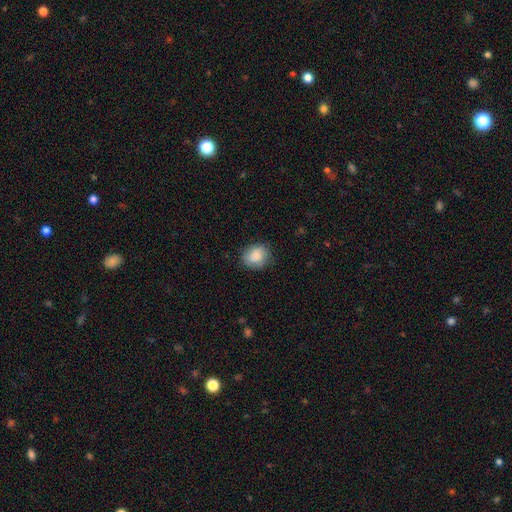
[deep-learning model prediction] smooth_or_featured: smooth (p=0.84) [alt: featured or disk p=0.08]
how_rounded: round (p=0.66) [alt: in between p=0.33]
merging: none (p=0.76) [alt: minor disturbance p=0.19]